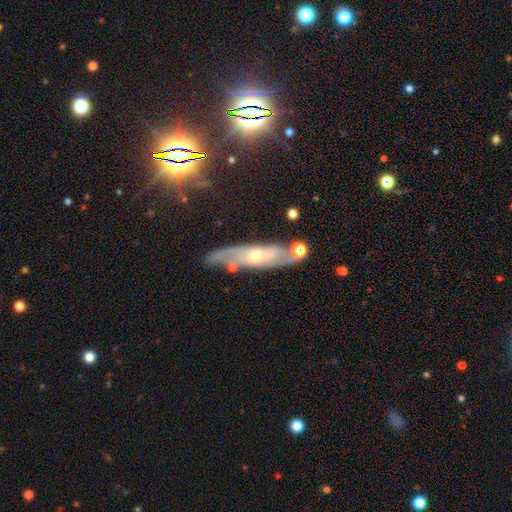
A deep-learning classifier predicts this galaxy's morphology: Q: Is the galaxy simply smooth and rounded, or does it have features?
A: featured or disk — 73%.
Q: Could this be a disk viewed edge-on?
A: no — 65%.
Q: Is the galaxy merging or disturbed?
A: none — 69%.